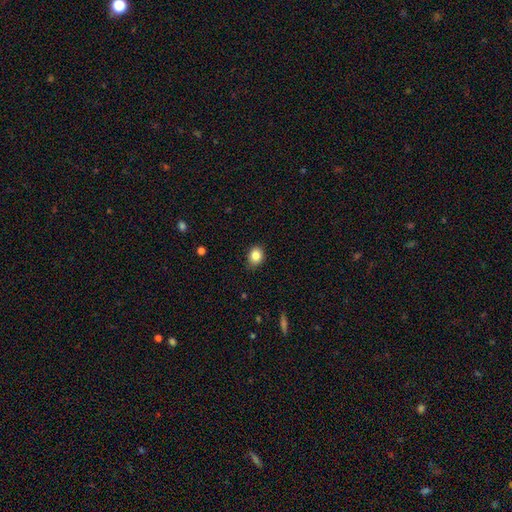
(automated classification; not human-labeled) Smooth or featured: smooth — 85% (star or artifact — 9%)
How rounded: round — 52% (in between — 47%)
Merging: none — 85% (minor disturbance — 12%)